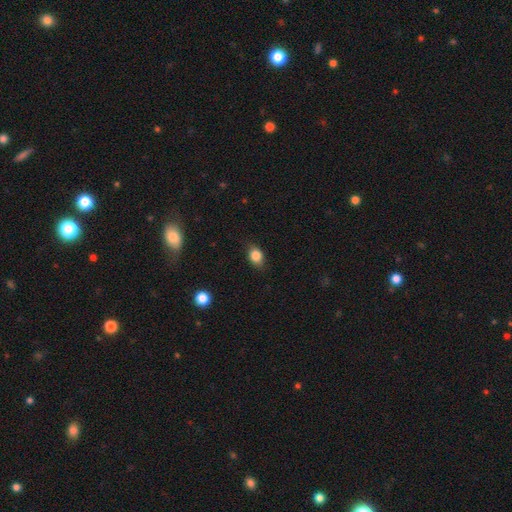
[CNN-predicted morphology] Smooth or featured? Predicted: smooth (p=0.84). How rounded? Predicted: in between (p=0.66). Merging? Predicted: none (p=0.80).